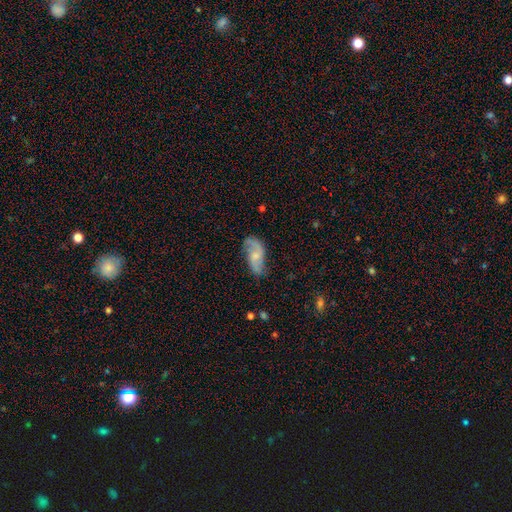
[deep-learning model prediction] smooth-or-featured: featured or disk: 67% | smooth: 26% | star or artifact: 7%
  disk-edge-on: no: 95% | yes: 5%
    bar: no: 52% | weak: 40% | strong: 8%
    has-spiral-arms: yes: 91% | no: 9%
      spiral-winding: loose: 64% | medium: 28% | tight: 8%
      spiral-arm-count: 2: 87% | can't tell: 6% | 1: 4% | 3: 1% | 4: 1% | more than 4: 1%
    bulge-size: small: 47% | moderate: 33% | none: 16% | large: 3% | dominant: 1%
  merging: none: 65% | minor disturbance: 23% | major disturbance: 10% | merger: 2%